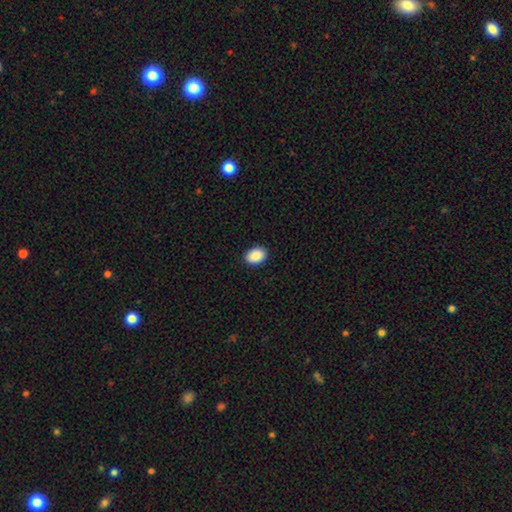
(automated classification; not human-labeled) Smooth or featured? Predicted: smooth (p=0.90). How rounded? Predicted: in between (p=0.79). Merging? Predicted: none (p=0.91).